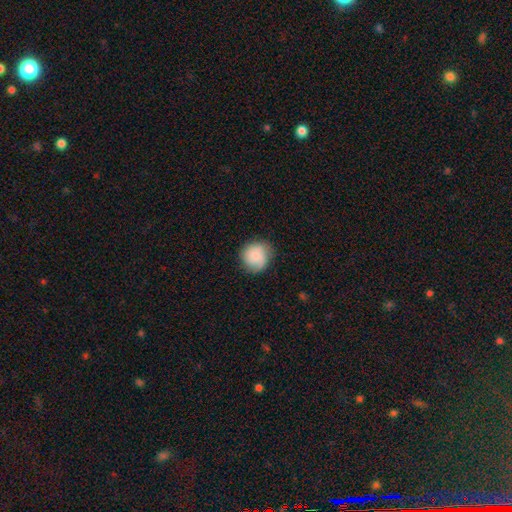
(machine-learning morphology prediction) Overall: smooth (76%). How rounded: round (88%). Merging: none (74%).